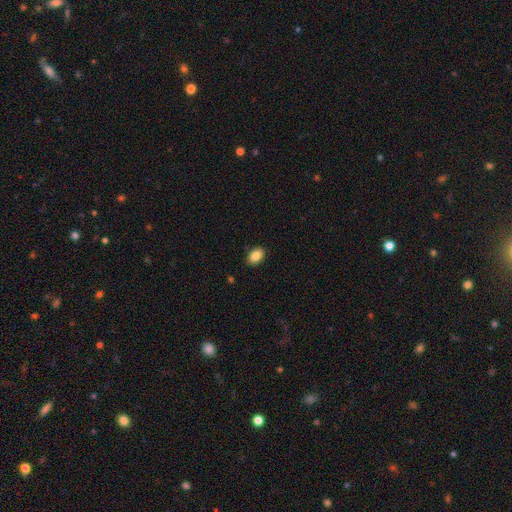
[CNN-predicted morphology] A smooth galaxy with no disk features (86%) that is in between round and cigar-shaped (84%). Merging: none (88%).